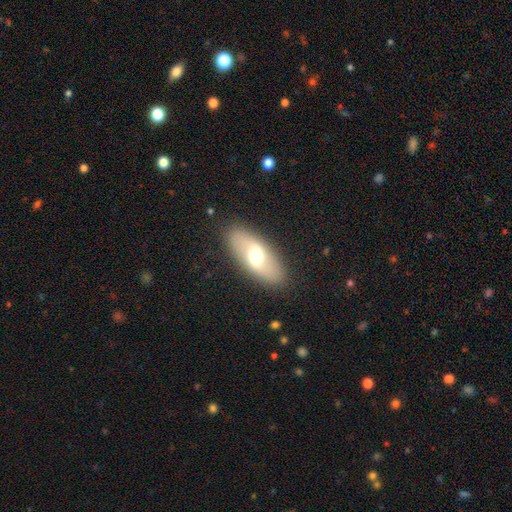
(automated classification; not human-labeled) Smooth or featured? Predicted: smooth (p=0.51). How rounded? Predicted: in between (p=0.83). Merging? Predicted: none (p=0.87).